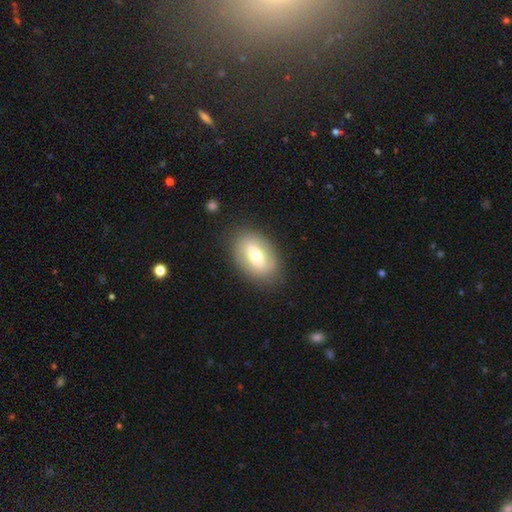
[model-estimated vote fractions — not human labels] A smooth galaxy with no disk features (60%) that is in between round and cigar-shaped (87%). Merging: none (84%).